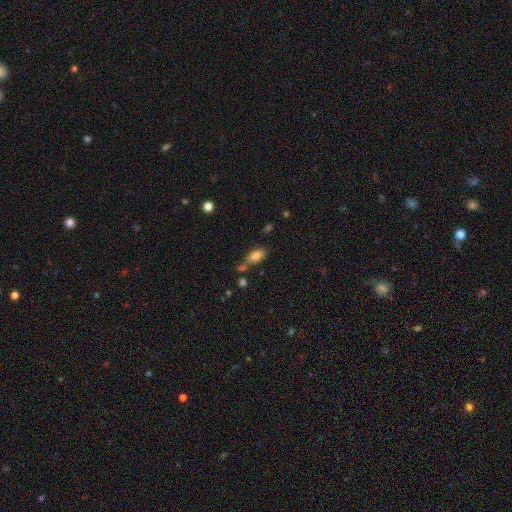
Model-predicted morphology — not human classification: smooth 84%, star or artifact 9%, featured or disk 7%. Down the decision tree: how rounded — in between (90%); merging — none (61%).